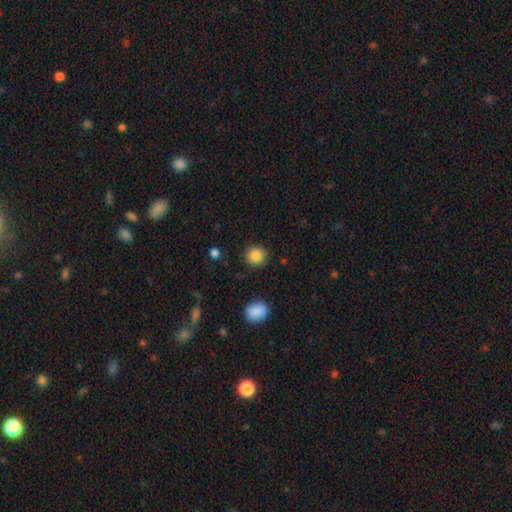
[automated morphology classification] This is clearly a smooth galaxy (87%). How rounded: clearly round (90%). Merging: clearly none (90%).